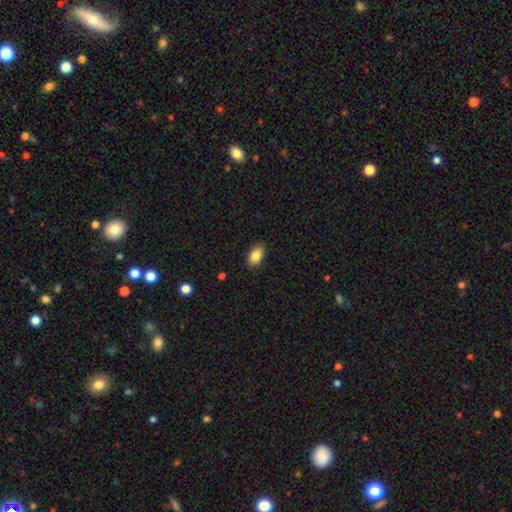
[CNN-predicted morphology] This is clearly a smooth galaxy (85%). How rounded: clearly in between (91%). Merging: clearly none (87%).